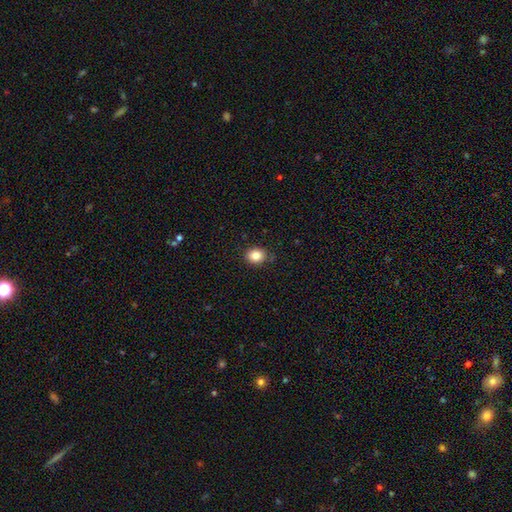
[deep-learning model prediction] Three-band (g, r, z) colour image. It shows a smooth galaxy with no disk features (84%) that is round (64%). Merging: none (86%).